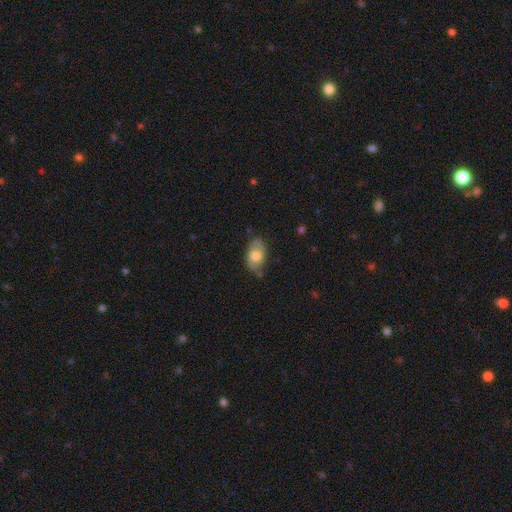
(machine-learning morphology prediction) Smooth or featured: smooth — 65% (featured or disk — 28%)
How rounded: in between — 89% (round — 9%)
Merging: none — 71% (minor disturbance — 22%)